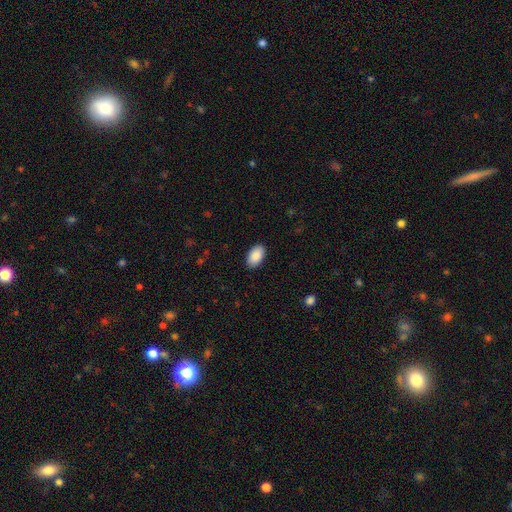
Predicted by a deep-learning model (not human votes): Smooth or featured?
  - smooth: 90% *
  - star or artifact: 6%
  - featured or disk: 4%
How rounded?
  - in between: 95% *
  - round: 4%
  - cigar-shaped: 1%
Merging?
  - none: 90% *
  - minor disturbance: 8%
  - major disturbance: 2%
  - merger: 1%